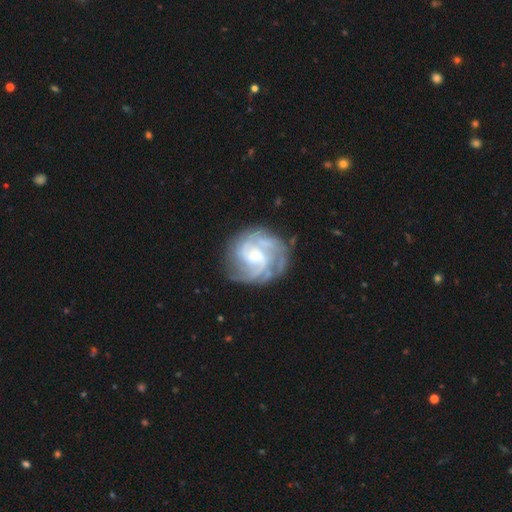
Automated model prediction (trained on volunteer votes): Smooth or featured?
  - featured or disk: 86% *
  - smooth: 8%
  - star or artifact: 6%
Edge-on disk?
  - no: 98% *
  - yes: 2%
Bar?
  - no: 56% *
  - weak: 35%
  - strong: 9%
Spiral arms?
  - yes: 96% *
  - no: 4%
Spiral winding?
  - tight: 55% *
  - medium: 37%
  - loose: 9%
Spiral arm count?
  - 3: 27% *
  - can't tell: 24%
  - 2: 21%
  - 4: 15%
  - more than 4: 7%
  - 1: 7%
Bulge size?
  - small: 54% *
  - moderate: 30%
  - large: 7%
  - none: 7%
  - dominant: 1%
Merging?
  - none: 73% *
  - minor disturbance: 16%
  - major disturbance: 9%
  - merger: 2%